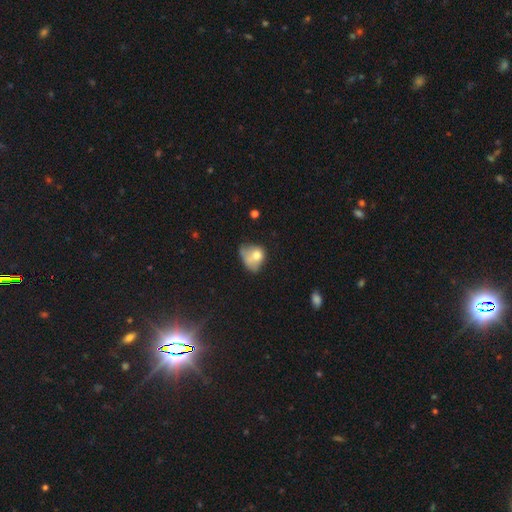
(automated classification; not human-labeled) Smooth or featured? smooth (69%)
How rounded? in between (54%)
Merging? minor disturbance (29%, tied with major disturbance)